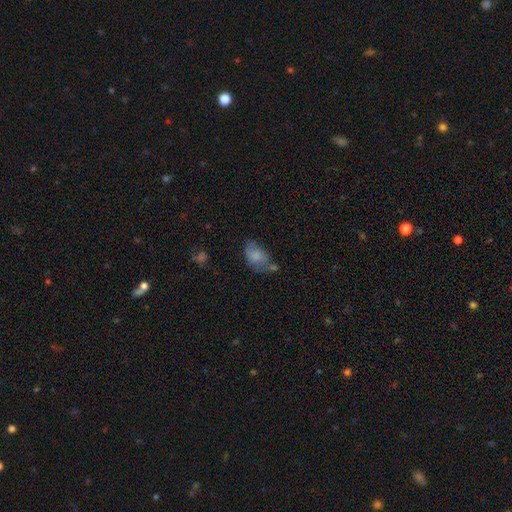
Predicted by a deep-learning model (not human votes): Smooth or featured?
  - smooth: 72% *
  - featured or disk: 19%
  - star or artifact: 9%
How rounded?
  - in between: 88% *
  - round: 11%
  - cigar-shaped: 2%
Merging?
  - none: 37% *
  - minor disturbance: 29%
  - merger: 18%
  - major disturbance: 16%